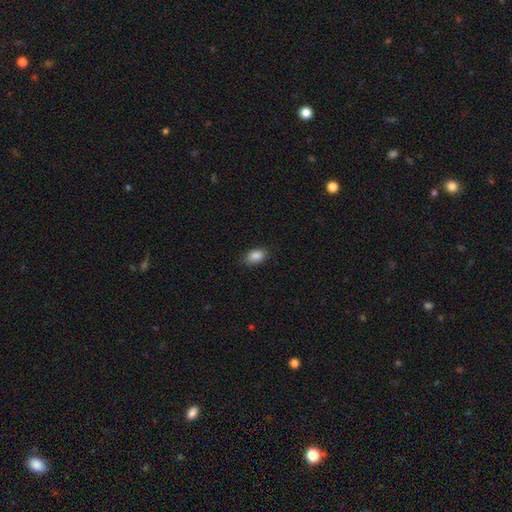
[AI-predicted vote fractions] smooth_or_featured: smooth (p=0.88) [alt: star or artifact p=0.08]
how_rounded: in between (p=0.89) [alt: round p=0.09]
merging: none (p=0.84) [alt: minor disturbance p=0.12]